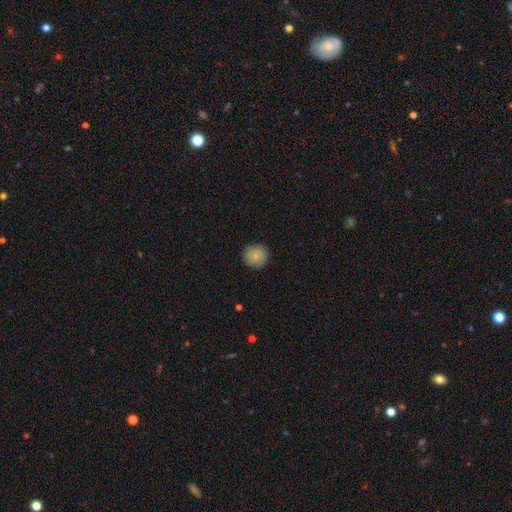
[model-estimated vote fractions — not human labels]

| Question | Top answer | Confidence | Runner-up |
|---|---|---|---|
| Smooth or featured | smooth | 81% | featured or disk (11%) |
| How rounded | round | 94% | in between (5%) |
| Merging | none | 90% | minor disturbance (8%) |